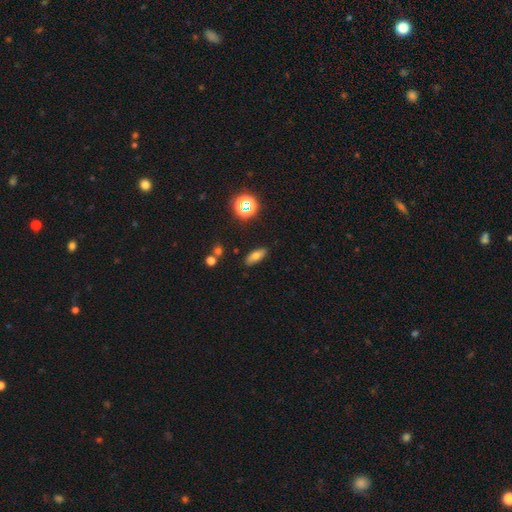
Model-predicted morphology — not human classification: A smooth galaxy with no disk features (68%) that is in between round and cigar-shaped (72%).

Vote fractions:
- Smooth or featured? smooth: 68% / featured or disk: 19% / star or artifact: 13%
- How rounded? in between: 72% / cigar-shaped: 22% / round: 6%
- Merging? none: 86% / minor disturbance: 10% / major disturbance: 2% / merger: 2%